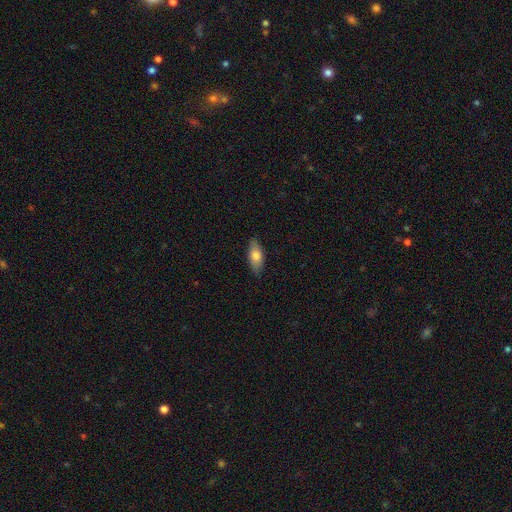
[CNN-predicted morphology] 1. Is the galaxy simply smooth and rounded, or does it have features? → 74% smooth, 20% featured or disk, 6% star or artifact.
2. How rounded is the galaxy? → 81% in between, 16% cigar-shaped, 3% round.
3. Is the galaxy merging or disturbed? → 85% none, 11% minor disturbance, 2% major disturbance, 1% merger.